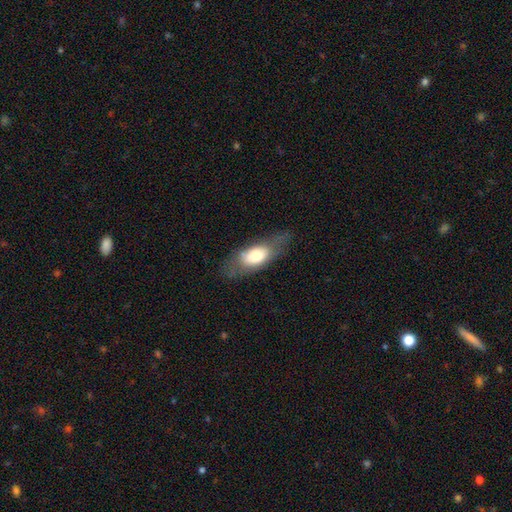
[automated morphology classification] This appears to be a smooth galaxy with no disk features (63%) that is in between round and cigar-shaped (79%). Merging: none (66%).